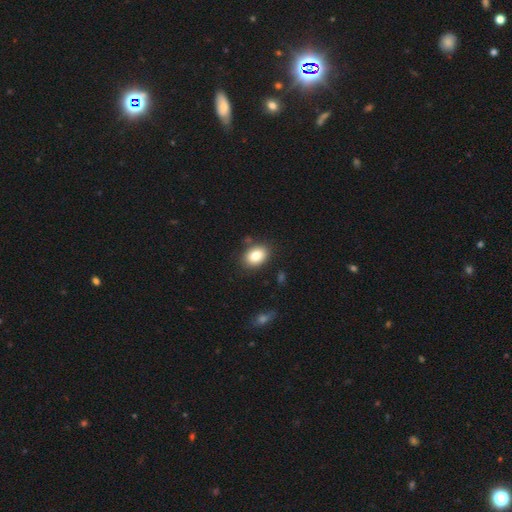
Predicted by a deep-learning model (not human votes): This is clearly a smooth galaxy (83%). How rounded: likely in between (78%). Merging: clearly none (82%).